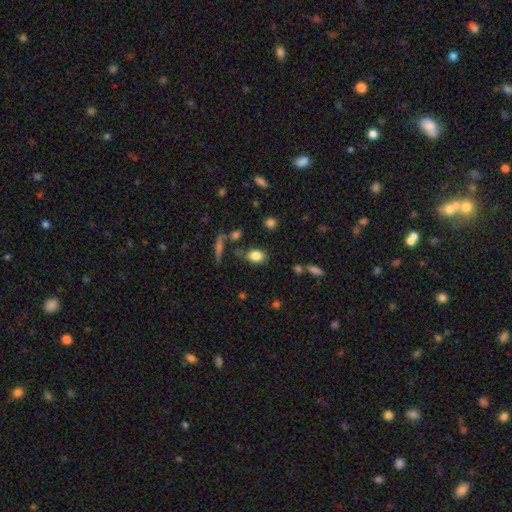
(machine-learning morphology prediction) This is clearly a smooth galaxy (82%). How rounded: clearly in between (84%). Merging: likely none (73%).